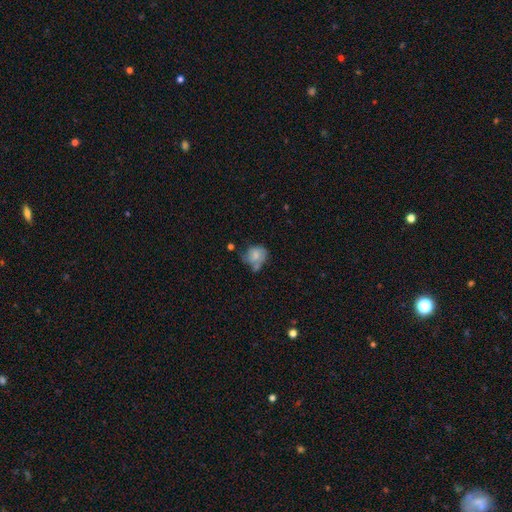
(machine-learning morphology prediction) A smooth galaxy with no disk features (61%) that is round (60%). Merging: none (37%).